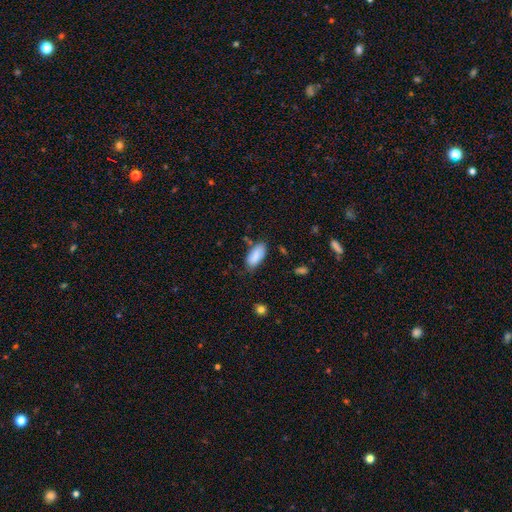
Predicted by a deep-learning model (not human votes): A smooth galaxy with no disk features (88%) that is in between round and cigar-shaped (91%).

Vote fractions:
- Smooth or featured? smooth: 88% / star or artifact: 7% / featured or disk: 6%
- How rounded? in between: 91% / cigar-shaped: 7% / round: 2%
- Merging? none: 71% / minor disturbance: 22% / major disturbance: 4% / merger: 3%